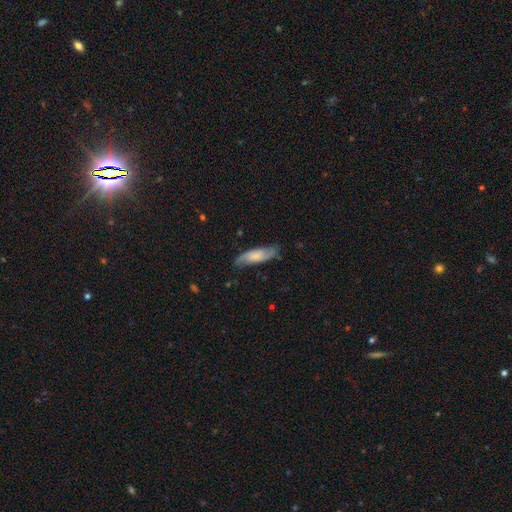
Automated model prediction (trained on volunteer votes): Smooth or featured? Predicted: smooth (p=0.48). Merging? Predicted: none (p=0.74).